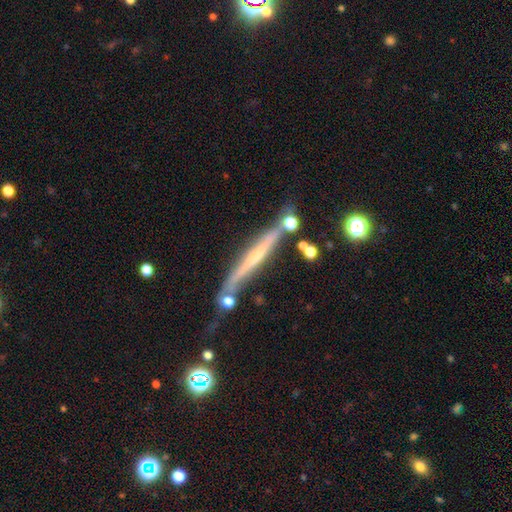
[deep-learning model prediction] This is likely a featured or disk galaxy (68%). It is clearly viewed edge-on (94%). Edge-on bulge: possibly none (52%). Merging: likely none (68%).